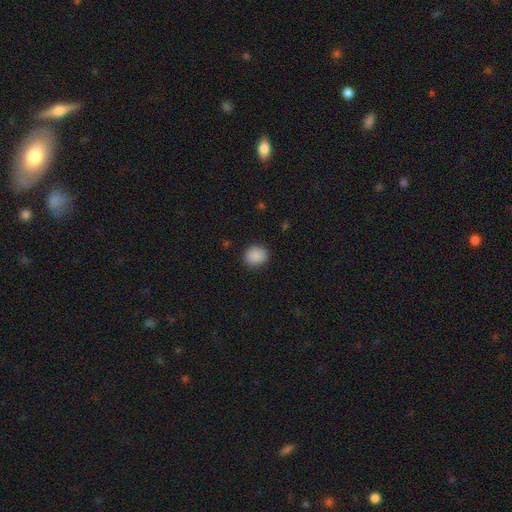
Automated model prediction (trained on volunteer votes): Smooth or featured: smooth — 89% (star or artifact — 8%)
How rounded: round — 72% (in between — 27%)
Merging: none — 87% (minor disturbance — 9%)